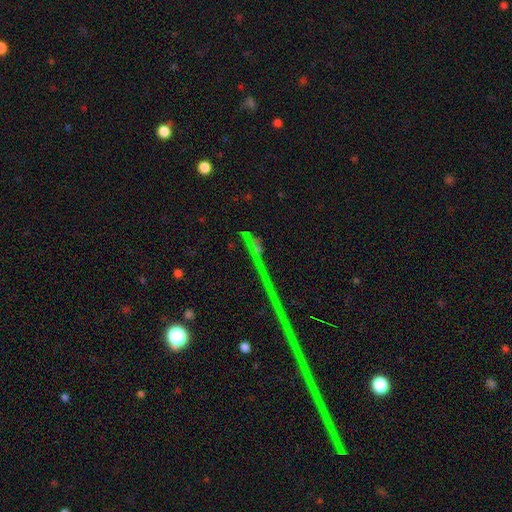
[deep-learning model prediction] Morphology: type=star or artifact (63%).